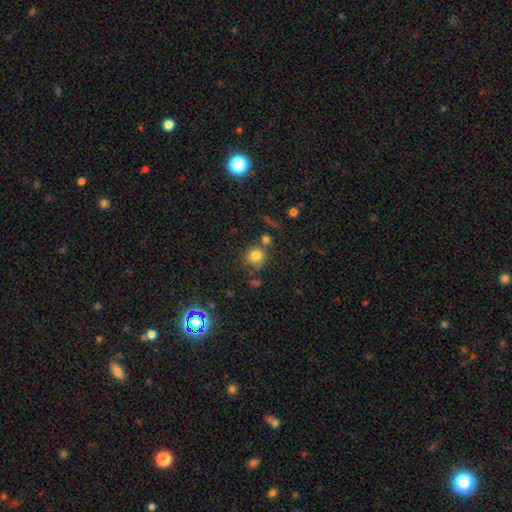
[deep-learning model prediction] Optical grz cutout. It shows a smooth galaxy with no disk features (79%) that is round (86%). Merging: none (64%).